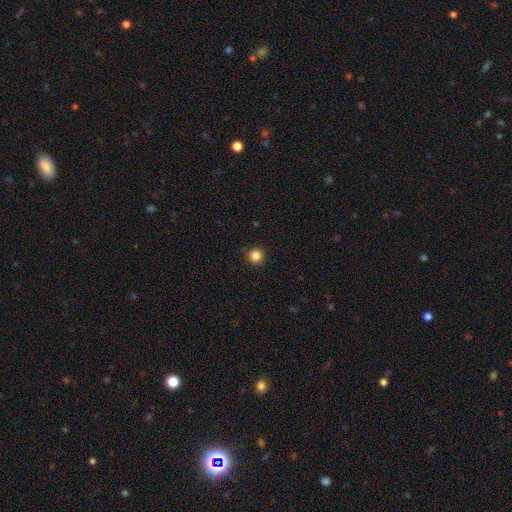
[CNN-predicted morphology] This appears to be a smooth galaxy with no disk features (85%) that is round (96%). Merging: none (92%).